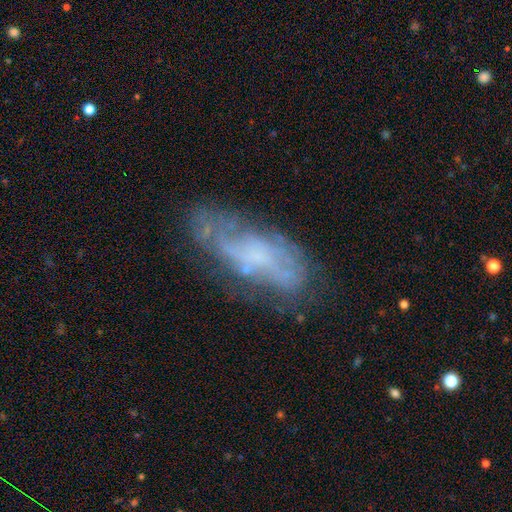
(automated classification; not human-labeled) This appears to be a featured or disk galaxy (62%) with no bar (71%), spiral arms (53%) and no central bulge (50%). Merging: none (53%).